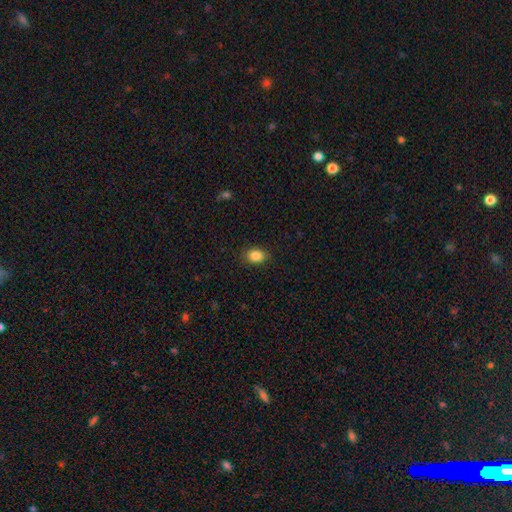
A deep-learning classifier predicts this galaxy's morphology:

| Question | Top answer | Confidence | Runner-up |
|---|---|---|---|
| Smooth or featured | smooth | 86% | star or artifact (9%) |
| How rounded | in between | 72% | round (27%) |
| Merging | none | 87% | minor disturbance (10%) |